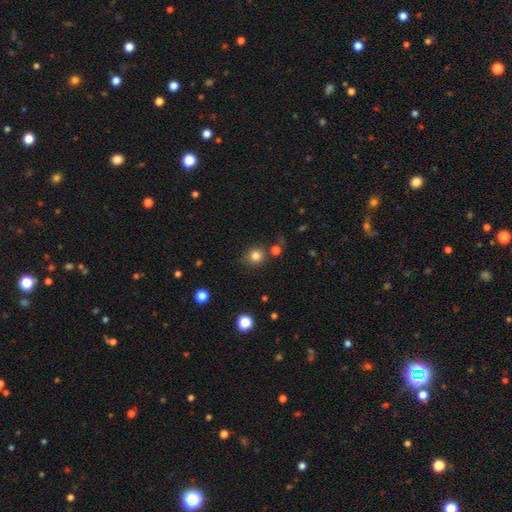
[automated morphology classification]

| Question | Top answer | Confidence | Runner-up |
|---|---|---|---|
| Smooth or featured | smooth | 81% | star or artifact (13%) |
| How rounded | round | 86% | in between (13%) |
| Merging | none | 78% | minor disturbance (11%) |